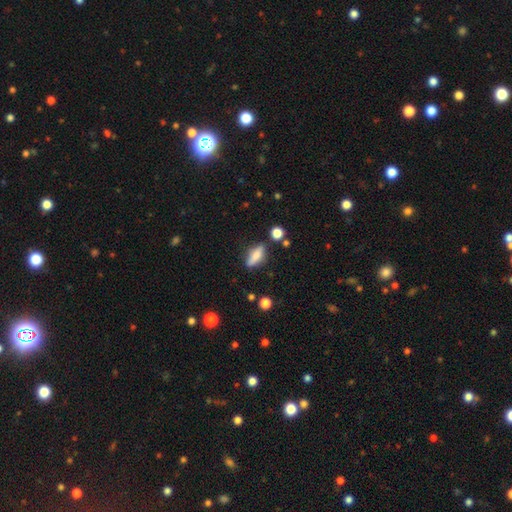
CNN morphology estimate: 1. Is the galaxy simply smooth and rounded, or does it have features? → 66% smooth, 26% featured or disk, 8% star or artifact.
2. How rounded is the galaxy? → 53% in between, 42% cigar-shaped, 4% round.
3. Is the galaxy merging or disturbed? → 77% none, 15% minor disturbance, 4% major disturbance, 4% merger.